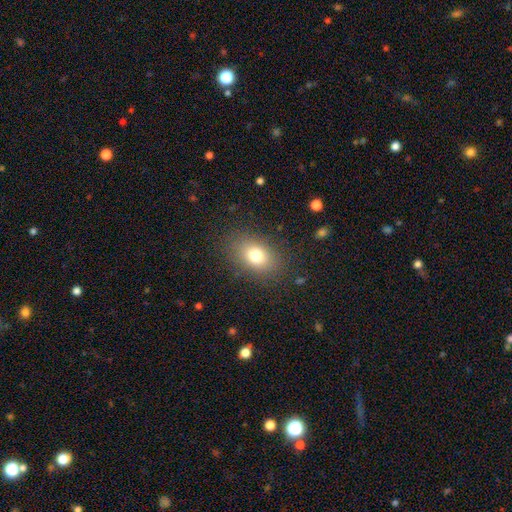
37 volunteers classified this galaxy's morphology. Smooth or featured?
  - smooth: 81% *
  - featured or disk: 14%
  - star or artifact: 5%
How rounded?
  - in between: 73% *
  - round: 20%
  - cigar-shaped: 7%
Merging?
  - none: 91% *
  - merger: 6%
  - minor disturbance: 3%
  - major disturbance: 0%